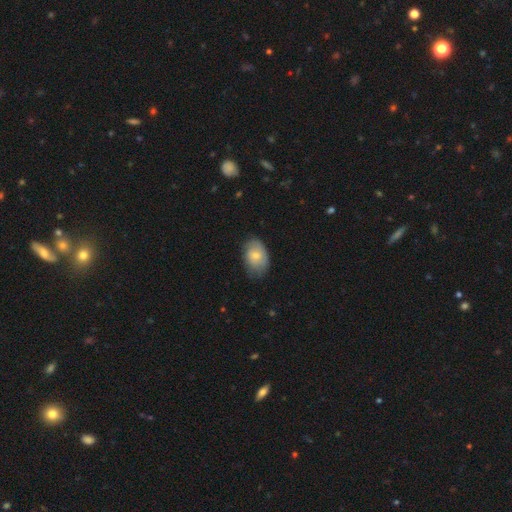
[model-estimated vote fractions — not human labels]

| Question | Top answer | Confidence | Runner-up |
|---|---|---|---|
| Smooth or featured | smooth | 72% | featured or disk (21%) |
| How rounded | in between | 85% | round (14%) |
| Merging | none | 67% | minor disturbance (26%) |